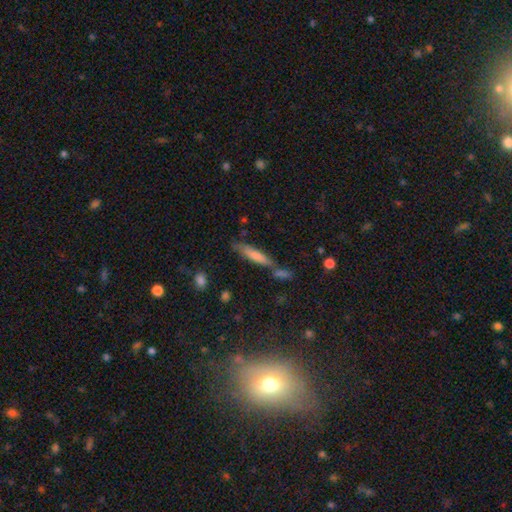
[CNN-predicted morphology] A smooth galaxy with no disk features (71%) that is cigar-shaped (83%).

Vote fractions:
- Smooth or featured? smooth: 71% / featured or disk: 22% / star or artifact: 7%
- How rounded? cigar-shaped: 83% / in between: 15% / round: 2%
- Merging? none: 59% / merger: 21% / minor disturbance: 15% / major disturbance: 5%